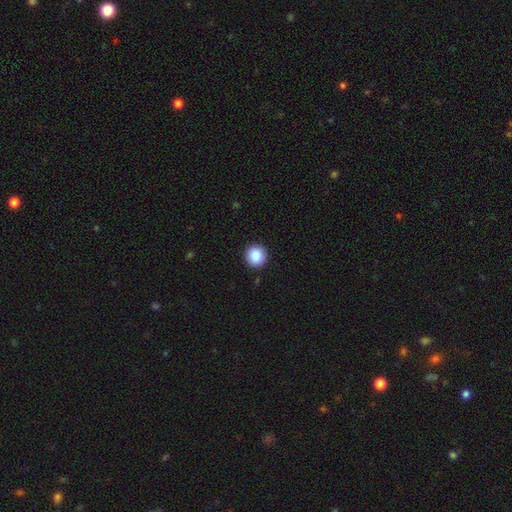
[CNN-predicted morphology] Smooth or featured: smooth — 87% (star or artifact — 9%)
How rounded: round — 95% (in between — 4%)
Merging: none — 93% (minor disturbance — 5%)